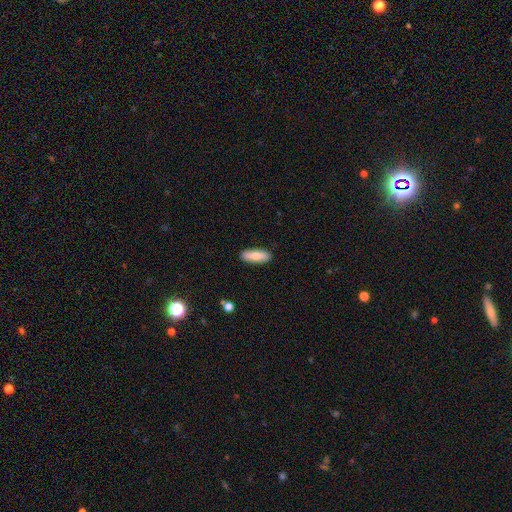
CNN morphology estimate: smooth-or-featured: smooth: 78% | featured or disk: 16% | star or artifact: 6%
  how-rounded: in between: 60% | cigar-shaped: 38% | round: 2%
  merging: none: 89% | minor disturbance: 8% | major disturbance: 2% | merger: 1%